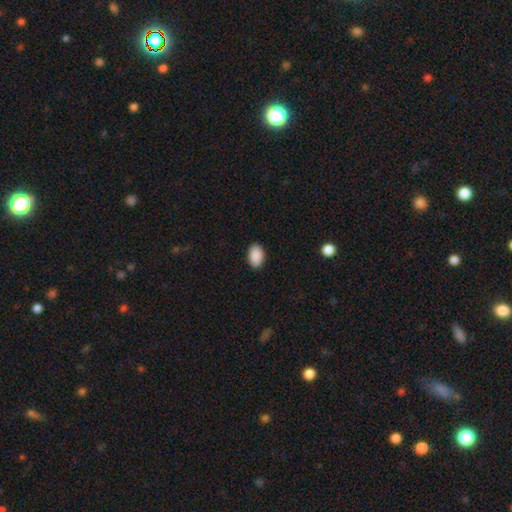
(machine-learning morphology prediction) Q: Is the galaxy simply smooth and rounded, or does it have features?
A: smooth — 91%.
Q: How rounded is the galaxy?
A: in between — 90%.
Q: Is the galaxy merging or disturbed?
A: none — 89%.